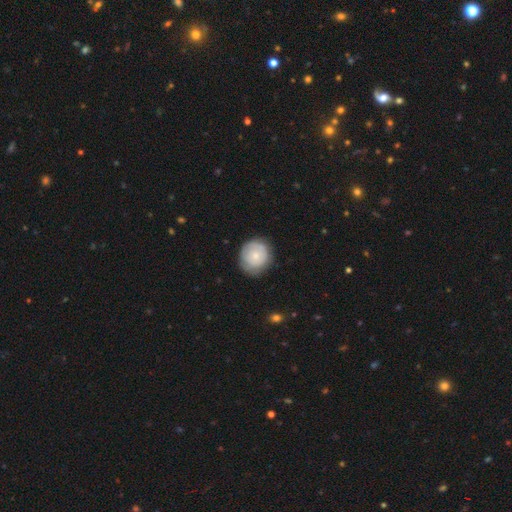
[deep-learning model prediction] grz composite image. It shows a smooth galaxy with no disk features (65%) that is round (85%). Merging: none (75%).